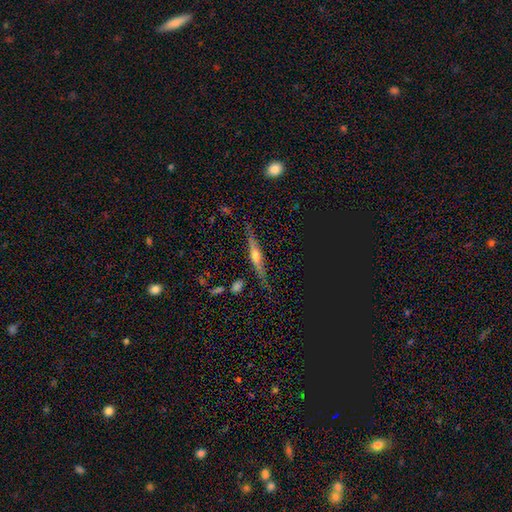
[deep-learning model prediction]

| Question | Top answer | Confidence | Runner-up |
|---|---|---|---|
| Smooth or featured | featured or disk | 67% | smooth (22%) |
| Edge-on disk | yes | 96% | no (4%) |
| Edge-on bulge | rounded | 87% | none (7%) |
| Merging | none | 84% | minor disturbance (11%) |